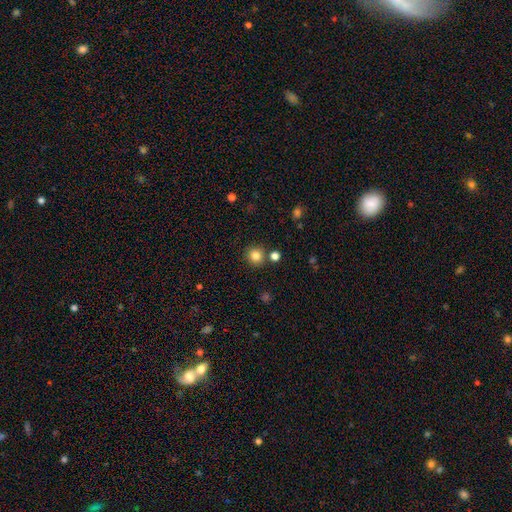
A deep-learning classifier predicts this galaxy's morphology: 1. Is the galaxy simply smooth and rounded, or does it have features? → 84% smooth, 12% star or artifact, 5% featured or disk.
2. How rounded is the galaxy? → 93% round, 6% in between, 1% cigar-shaped.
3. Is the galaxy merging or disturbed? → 84% none, 7% merger, 7% minor disturbance, 2% major disturbance.